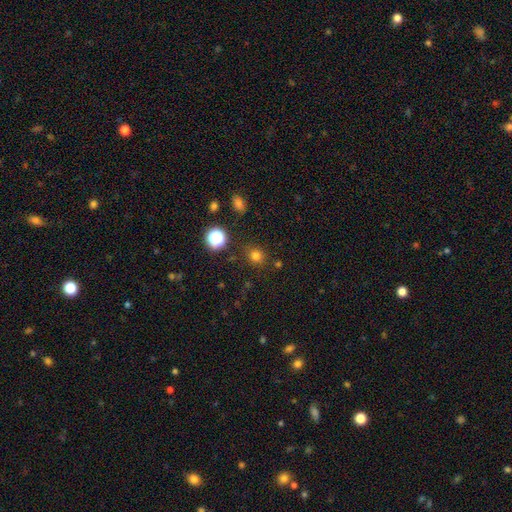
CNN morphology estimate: This is likely a smooth galaxy (75%). How rounded: clearly round (81%). Merging: clearly none (84%).